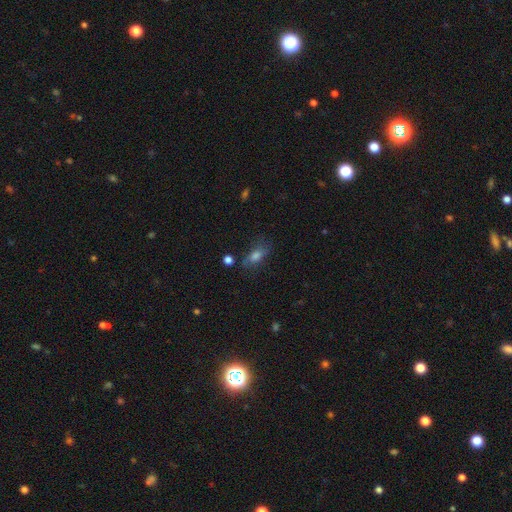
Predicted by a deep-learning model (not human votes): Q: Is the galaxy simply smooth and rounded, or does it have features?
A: smooth — 64%.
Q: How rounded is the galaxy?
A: in between — 74%.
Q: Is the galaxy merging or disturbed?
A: none — 62%.